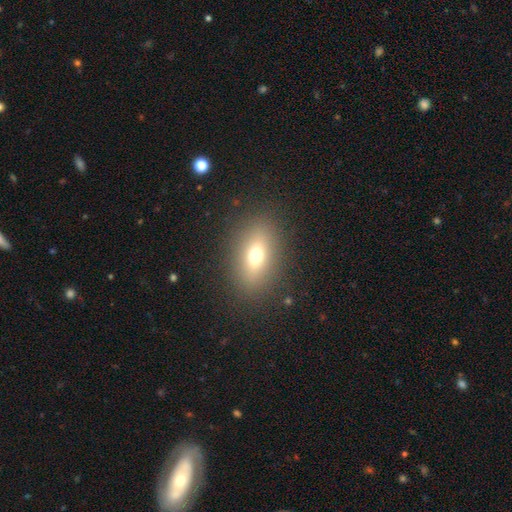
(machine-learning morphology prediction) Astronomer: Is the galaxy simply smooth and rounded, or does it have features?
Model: smooth — 68%.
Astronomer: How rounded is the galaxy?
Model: in between — 75%.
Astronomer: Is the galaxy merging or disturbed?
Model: none — 87%.